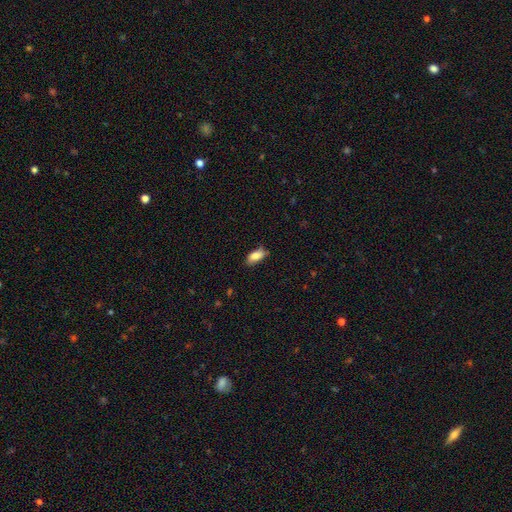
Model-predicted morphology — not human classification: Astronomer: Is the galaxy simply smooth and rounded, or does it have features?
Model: smooth — 82%.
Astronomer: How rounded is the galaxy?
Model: in between — 87%.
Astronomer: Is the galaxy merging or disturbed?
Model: none — 74%.